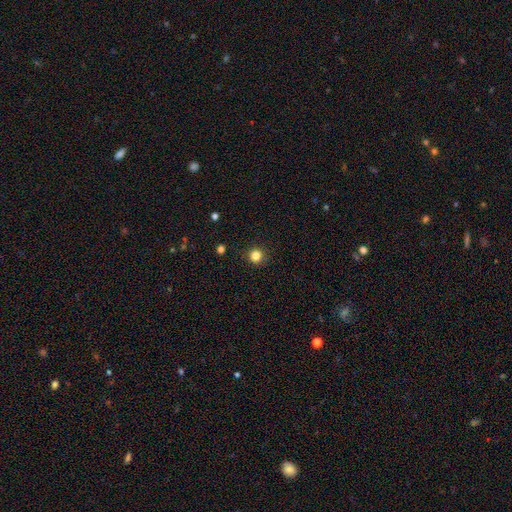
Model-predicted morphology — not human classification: Smooth or featured? smooth (84%)
How rounded? round (94%)
Merging? none (90%)